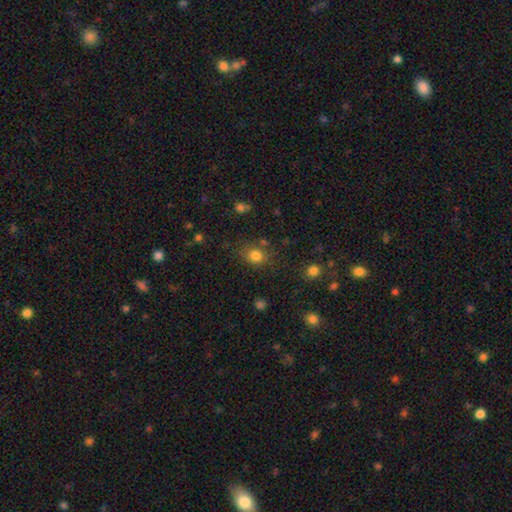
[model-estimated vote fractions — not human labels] A smooth galaxy with no disk features (81%) that is round (68%). Merging: none (74%).